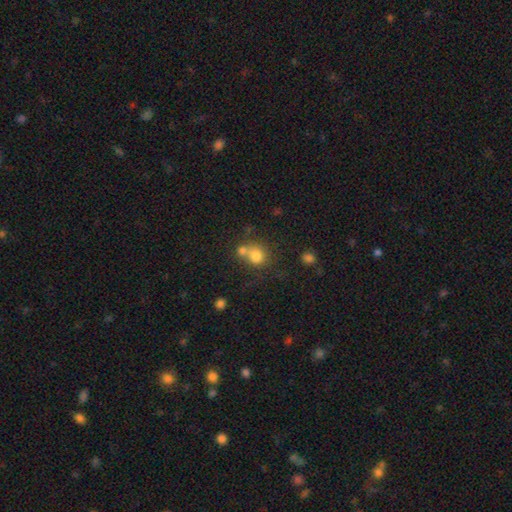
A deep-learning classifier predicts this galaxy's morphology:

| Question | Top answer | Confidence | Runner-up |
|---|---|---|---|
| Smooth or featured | smooth | 76% | featured or disk (12%) |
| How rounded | round | 76% | in between (23%) |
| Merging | merger | 47% | none (37%) |